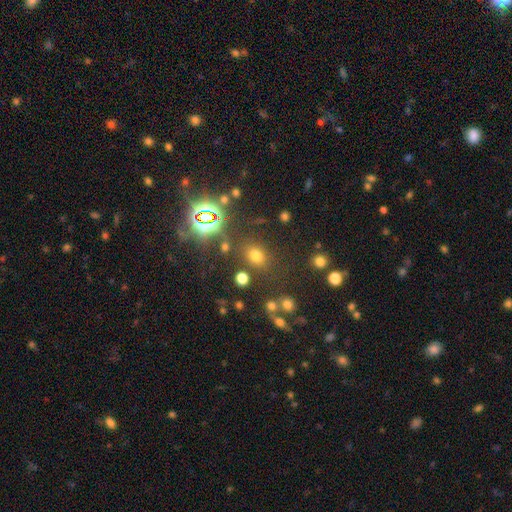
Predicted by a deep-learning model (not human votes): smooth_or_featured: smooth (p=0.66) [alt: star or artifact p=0.26]
how_rounded: round (p=0.49) [tied with: in between p=0.49]
merging: none (p=0.77) [alt: minor disturbance p=0.11]